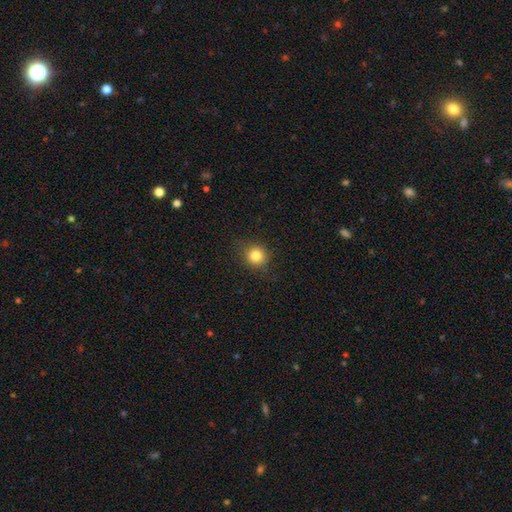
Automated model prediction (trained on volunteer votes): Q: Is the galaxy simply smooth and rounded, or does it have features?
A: smooth — 82%.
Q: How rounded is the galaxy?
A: round — 88%.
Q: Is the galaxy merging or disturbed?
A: none — 86%.